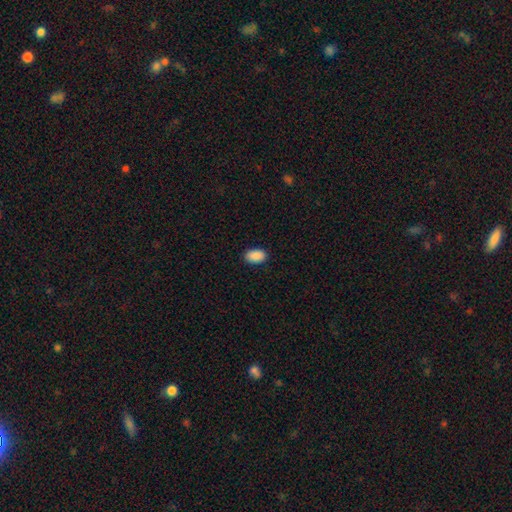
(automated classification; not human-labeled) Smooth or featured? smooth (91%)
How rounded? in between (92%)
Merging? none (89%)